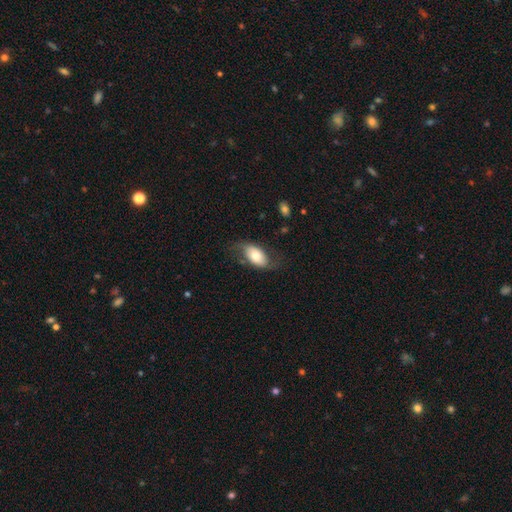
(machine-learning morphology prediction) Smooth or featured? smooth (56%)
How rounded? in between (91%)
Merging? none (60%)